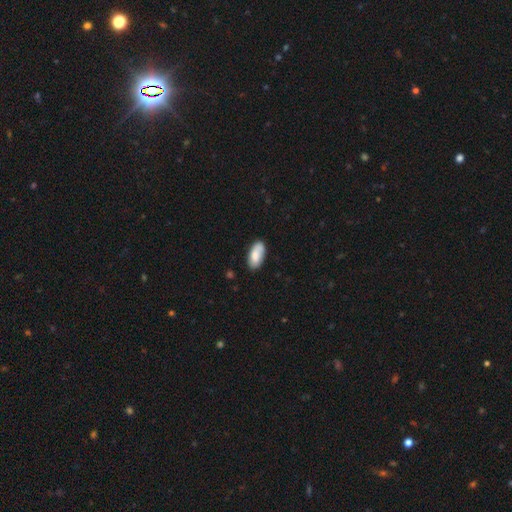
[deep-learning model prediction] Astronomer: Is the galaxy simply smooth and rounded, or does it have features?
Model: smooth — 83%.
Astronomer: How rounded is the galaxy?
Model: in between — 93%.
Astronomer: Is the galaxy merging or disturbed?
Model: none — 81%.